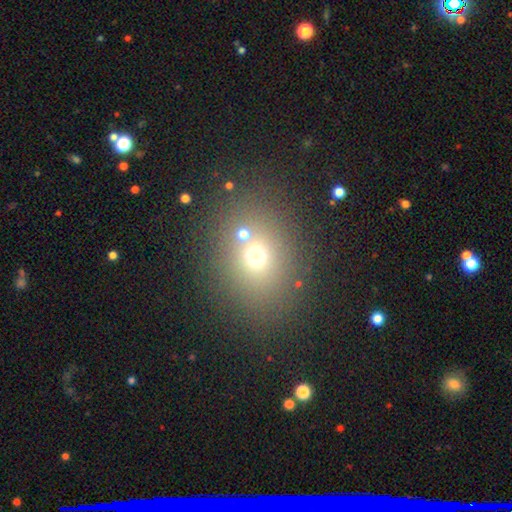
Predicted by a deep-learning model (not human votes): A smooth galaxy with no disk features (65%) that is round (57%).

Vote fractions:
- Smooth or featured? smooth: 65% / star or artifact: 23% / featured or disk: 12%
- How rounded? round: 57% / in between: 41% / cigar-shaped: 1%
- Merging? none: 72% / merger: 12% / minor disturbance: 10% / major disturbance: 6%